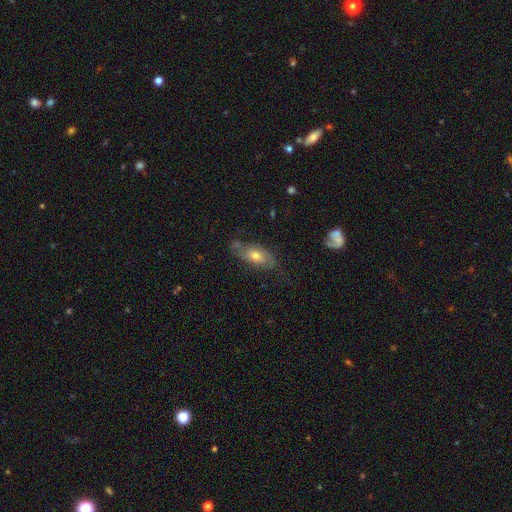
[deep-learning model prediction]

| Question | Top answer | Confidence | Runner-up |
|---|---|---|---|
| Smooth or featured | featured or disk | 47% | smooth (45%) |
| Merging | none | 59% | minor disturbance (25%) |